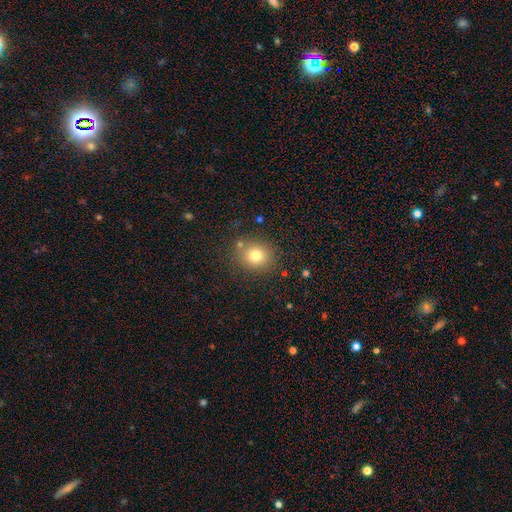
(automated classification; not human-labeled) Morphology: type=smooth (77%); roundness=round (80%); merging=none (80%).